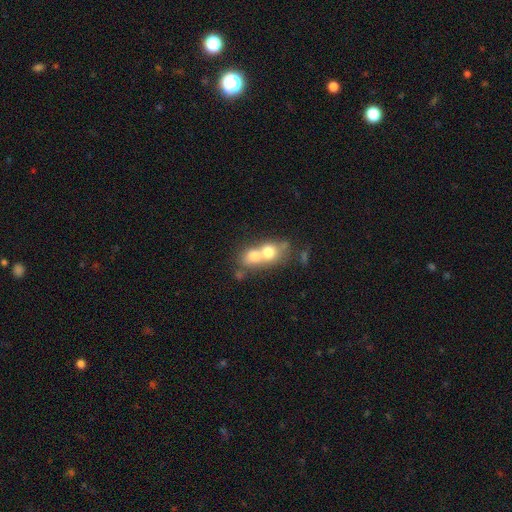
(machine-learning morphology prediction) A smooth galaxy with no disk features (63%) that is round (59%). Merging: merger (72%).